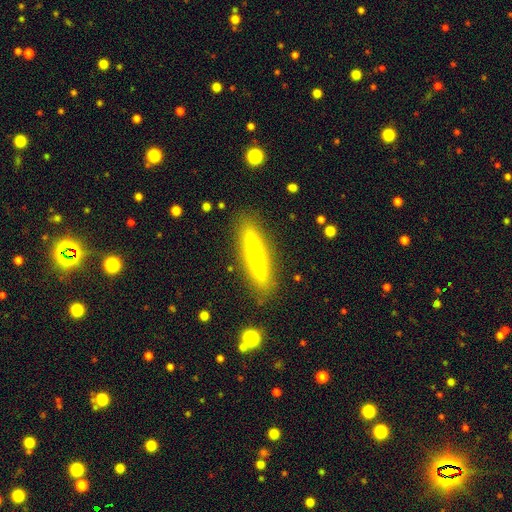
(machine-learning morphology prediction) featured or disk 52%, smooth 41%, star or artifact 7%. Down the decision tree: edge-on disk — yes (94%); merging — none (89%).